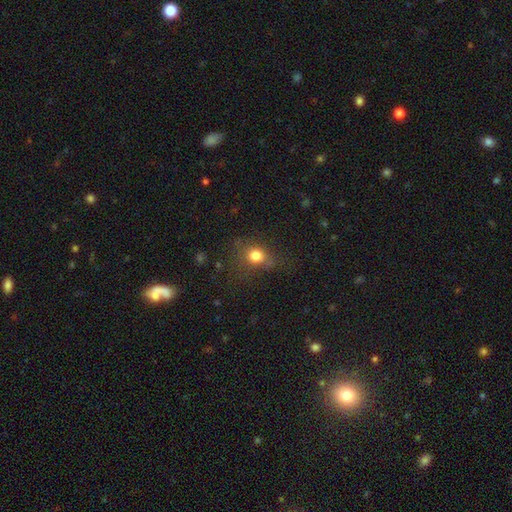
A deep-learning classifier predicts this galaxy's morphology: This is likely a smooth galaxy (77%). How rounded: likely round (72%). Merging: likely none (67%).